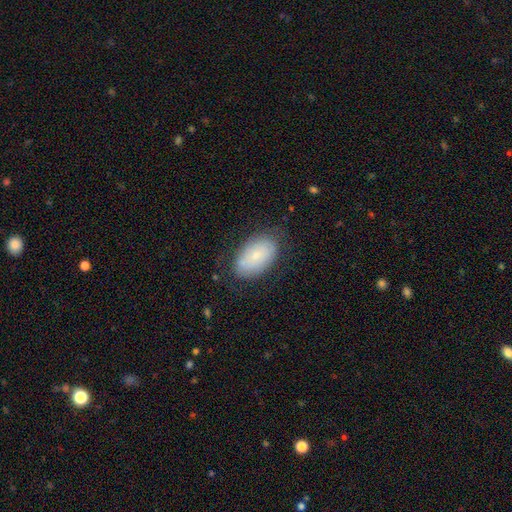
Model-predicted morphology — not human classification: A smooth galaxy with no disk features (68%) that is in between round and cigar-shaped (92%). Merging: none (75%).